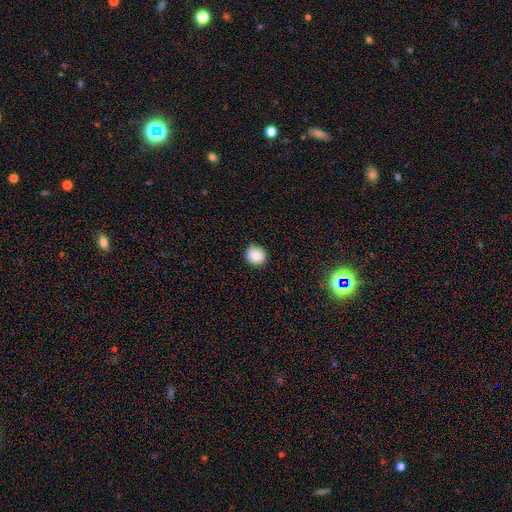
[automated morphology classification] Q: Smooth or featured?
A: smooth (87%); runner-up: star or artifact (10%)
Q: How rounded?
A: round (84%); runner-up: in between (15%)
Q: Merging?
A: none (86%); runner-up: minor disturbance (11%)